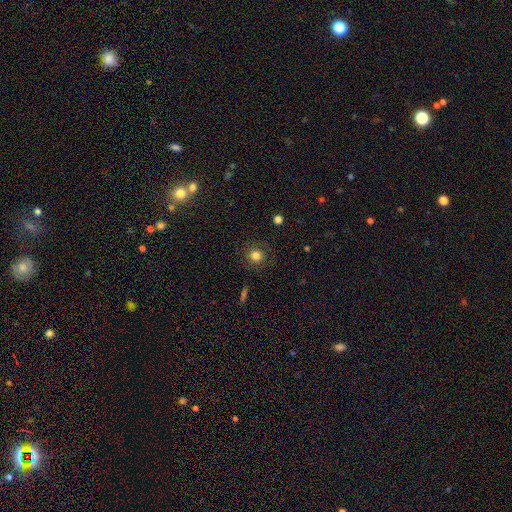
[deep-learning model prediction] smooth_or_featured: smooth (p=0.80) [alt: star or artifact p=0.12]
how_rounded: round (p=0.92) [alt: in between p=0.07]
merging: none (p=0.86) [alt: minor disturbance p=0.09]